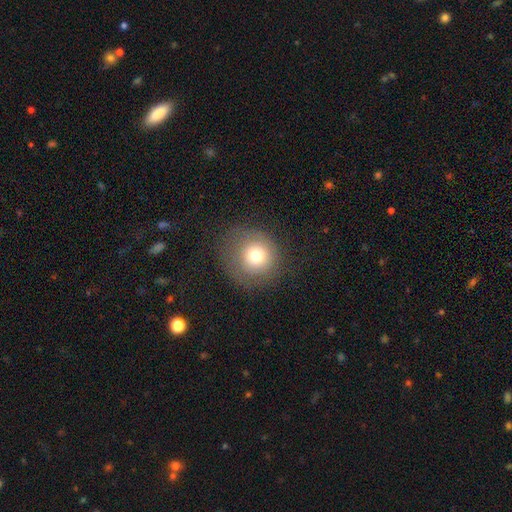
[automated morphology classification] smooth-or-featured: smooth: 72% | featured or disk: 15% | star or artifact: 13%
  how-rounded: round: 92% | in between: 7% | cigar-shaped: 1%
  merging: none: 75% | minor disturbance: 15% | major disturbance: 9% | merger: 1%